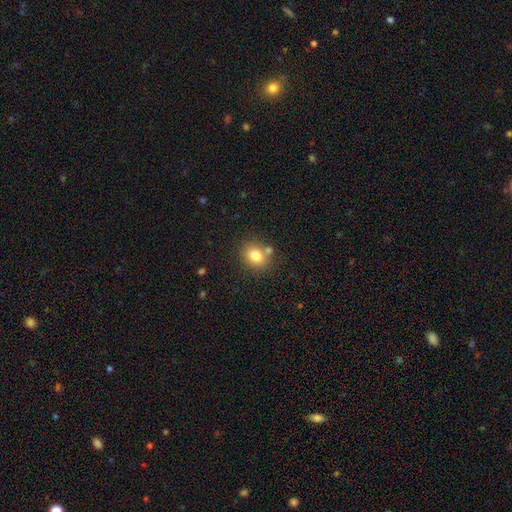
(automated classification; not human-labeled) Smooth or featured: smooth — 79% (star or artifact — 11%)
How rounded: round — 60% (in between — 40%)
Merging: none — 70% (merger — 14%)